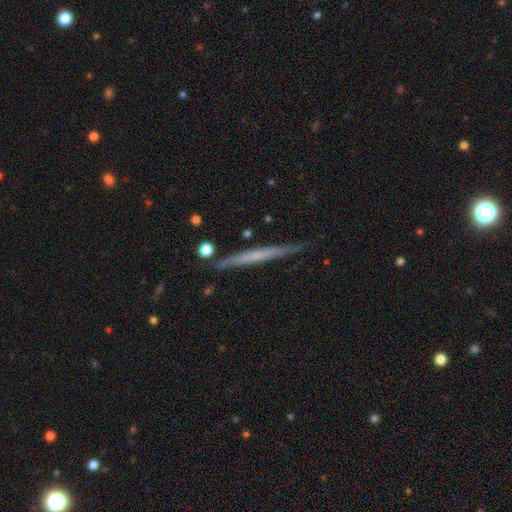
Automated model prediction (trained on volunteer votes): Smooth or featured? featured or disk (55%)
Edge-on disk? yes (96%)
Edge-on bulge? none (84%)
Merging? none (83%)